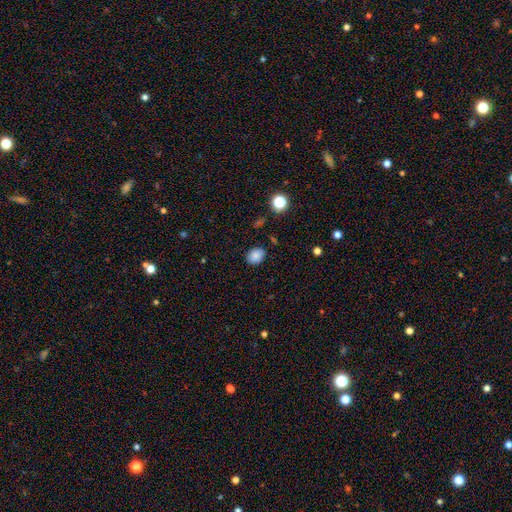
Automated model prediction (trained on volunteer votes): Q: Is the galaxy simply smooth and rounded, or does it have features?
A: smooth — 83%.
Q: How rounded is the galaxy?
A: in between — 53%.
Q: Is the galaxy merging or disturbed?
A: none — 82%.